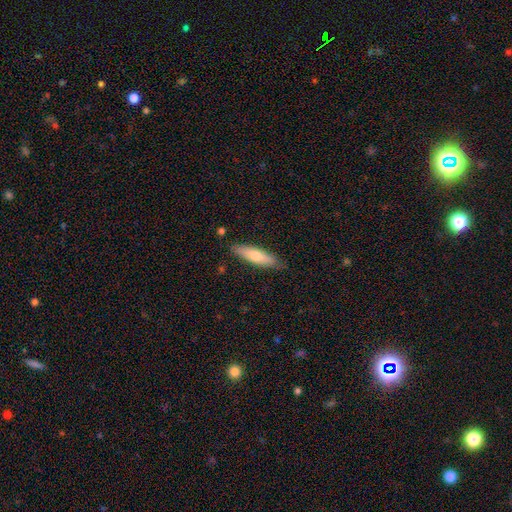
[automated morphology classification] smooth_or_featured: smooth (p=0.63) [alt: featured or disk p=0.31]
how_rounded: cigar-shaped (p=0.67) [alt: in between p=0.31]
merging: none (p=0.84) [alt: minor disturbance p=0.12]